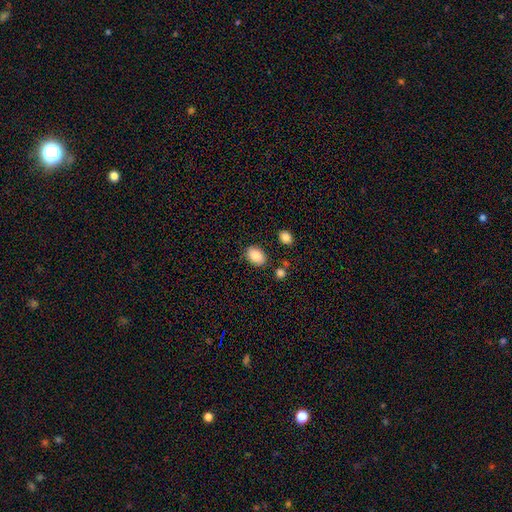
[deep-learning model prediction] smooth_or_featured: smooth (p=0.88) [alt: star or artifact p=0.07]
how_rounded: in between (p=0.85) [alt: round p=0.14]
merging: none (p=0.80) [alt: minor disturbance p=0.12]